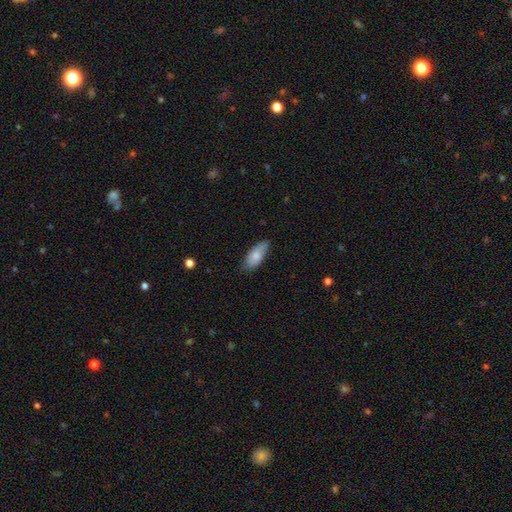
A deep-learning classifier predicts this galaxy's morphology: Smooth or featured: smooth — 80% (featured or disk — 14%)
How rounded: in between — 81% (cigar-shaped — 17%)
Merging: none — 72% (minor disturbance — 24%)